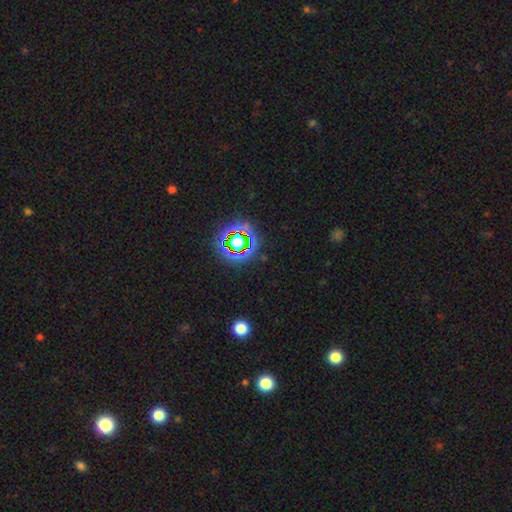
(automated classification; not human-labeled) smooth_or_featured: star or artifact (p=0.73) [alt: smooth p=0.16]